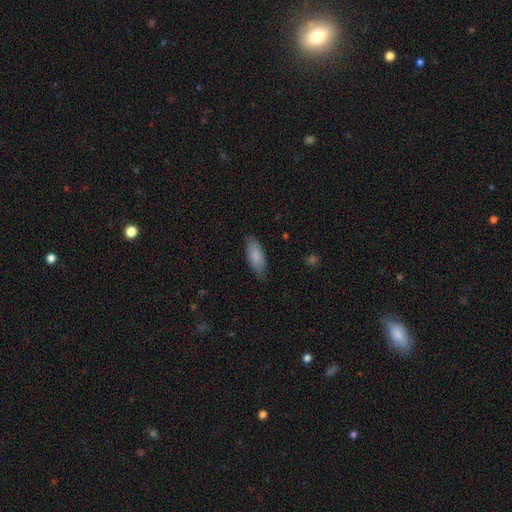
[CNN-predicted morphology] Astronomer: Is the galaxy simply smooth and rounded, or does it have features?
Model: smooth — 85%.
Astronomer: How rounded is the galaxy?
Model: in between — 72%.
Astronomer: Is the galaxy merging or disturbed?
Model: none — 81%.